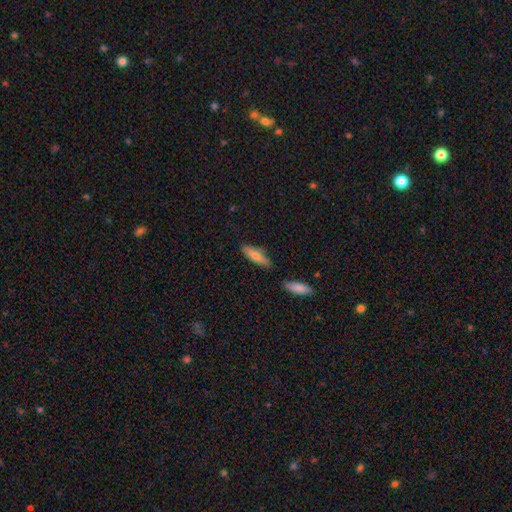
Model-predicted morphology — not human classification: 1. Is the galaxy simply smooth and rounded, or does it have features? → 71% smooth, 22% featured or disk, 6% star or artifact.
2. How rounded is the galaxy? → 57% cigar-shaped, 41% in between, 2% round.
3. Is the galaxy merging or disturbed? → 77% none, 15% minor disturbance, 6% merger, 3% major disturbance.